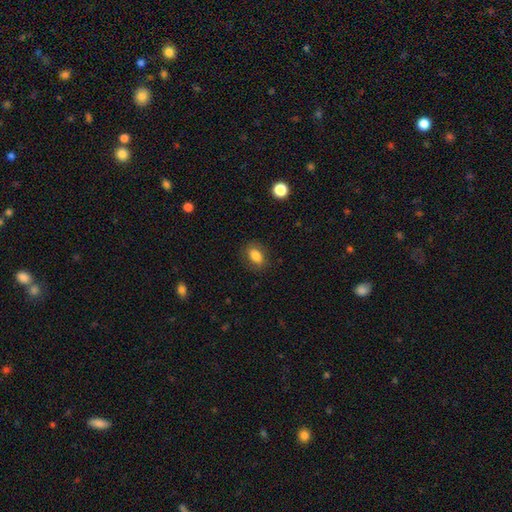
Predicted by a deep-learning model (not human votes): Smooth or featured: smooth — 82% (featured or disk — 10%)
How rounded: in between — 81% (round — 17%)
Merging: none — 82% (minor disturbance — 12%)